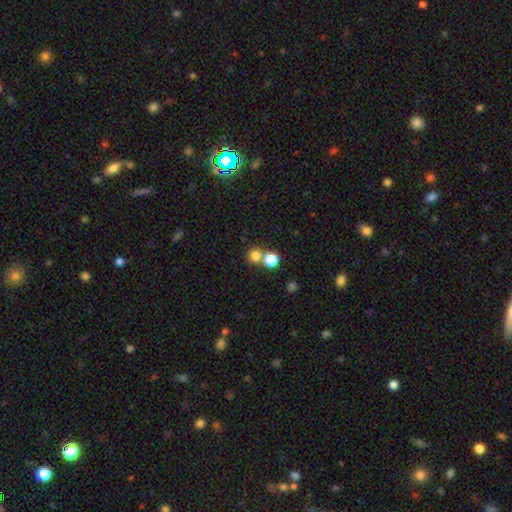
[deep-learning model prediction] smooth_or_featured: smooth (p=0.78) [alt: star or artifact p=0.16]
how_rounded: round (p=0.91) [alt: in between p=0.08]
merging: none (p=0.63) [alt: merger p=0.28]